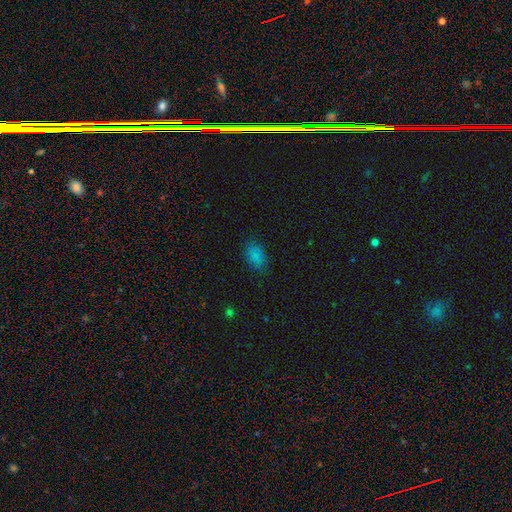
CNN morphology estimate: This appears to be a smooth galaxy with no disk features (83%) that is in between round and cigar-shaped (90%). Merging: none (80%).